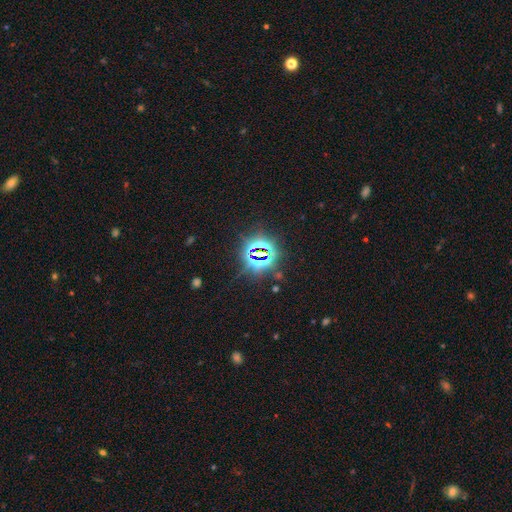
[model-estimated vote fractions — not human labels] The model was most divided on "smooth or featured": star or artifact: 81%, smooth: 11%, featured or disk: 8%.